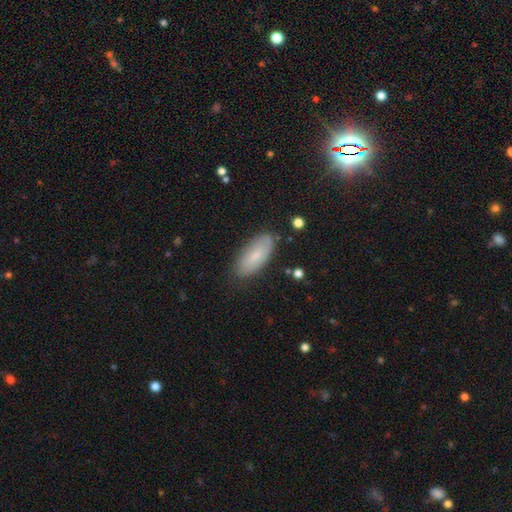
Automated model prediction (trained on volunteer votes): The model was most divided on "smooth or featured": smooth: 74%, featured or disk: 19%, star or artifact: 7%. More confident: how rounded — in between (85%); merging — none (80%).